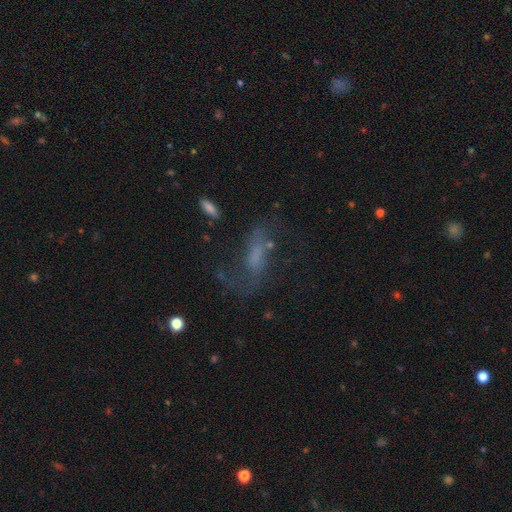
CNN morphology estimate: This appears to be a featured or disk galaxy (48%). Merging: none (48%).